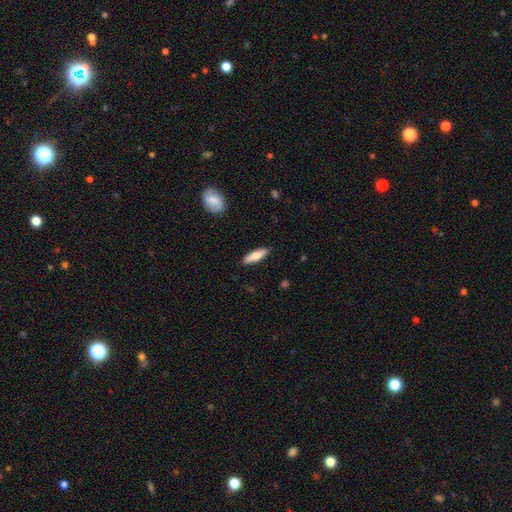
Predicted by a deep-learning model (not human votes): A smooth galaxy with no disk features (67%) that is cigar-shaped (56%).

Vote fractions:
- Smooth or featured? smooth: 67% / featured or disk: 28% / star or artifact: 6%
- How rounded? cigar-shaped: 56% / in between: 42% / round: 2%
- Merging? none: 88% / minor disturbance: 9% / major disturbance: 2% / merger: 1%